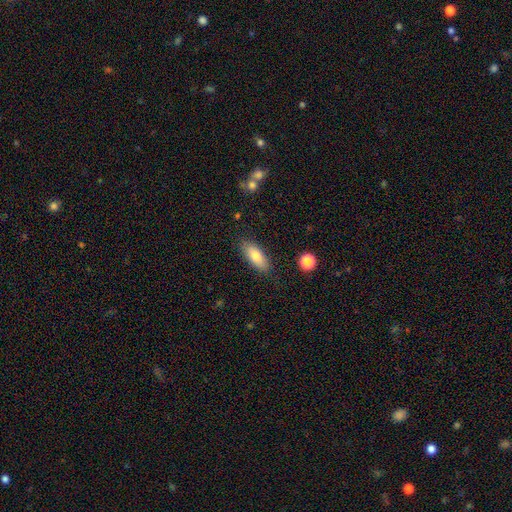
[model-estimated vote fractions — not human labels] Morphology: type=smooth (76%); roundness=in between (79%); merging=none (84%).